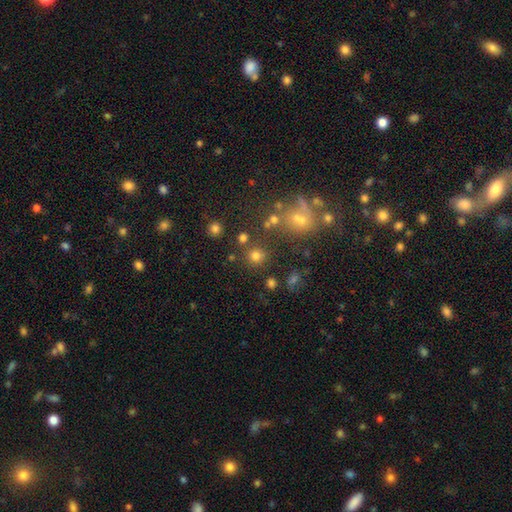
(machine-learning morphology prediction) This is likely a smooth galaxy (74%). How rounded: clearly round (90%). Merging: likely none (78%).